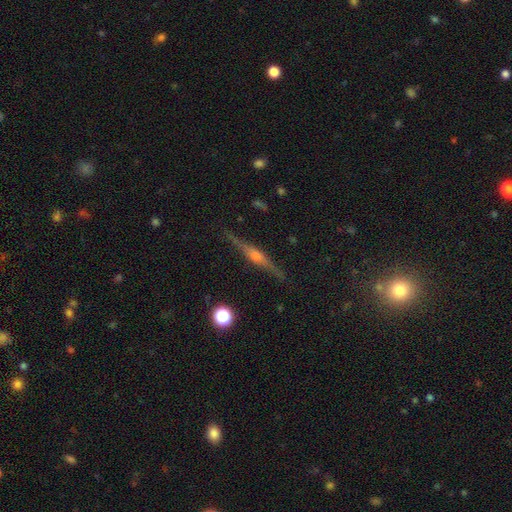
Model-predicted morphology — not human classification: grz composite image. It shows a featured or disk galaxy (81%) viewed edge-on (98%) with a rounded central bulge (85%). Merging: none (89%).